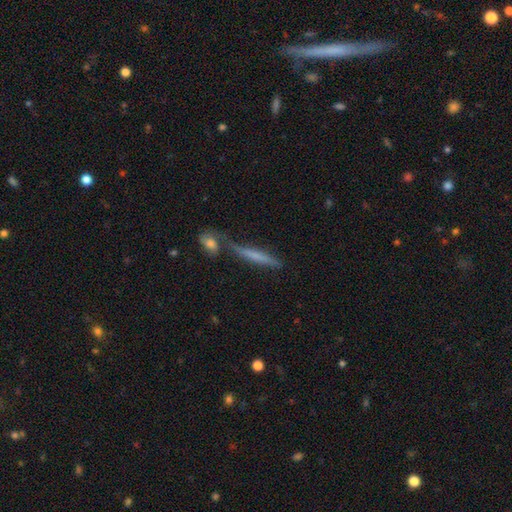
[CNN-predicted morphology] smooth_or_featured: smooth (p=0.55) [alt: featured or disk p=0.37]
how_rounded: cigar-shaped (p=0.90) [alt: in between p=0.08]
merging: none (p=0.53) [alt: merger p=0.28]